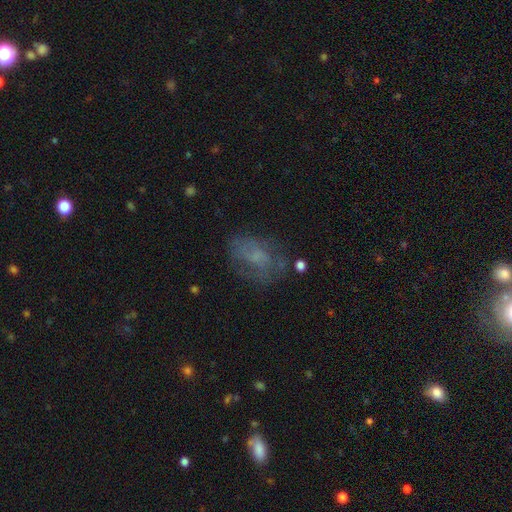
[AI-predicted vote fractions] smooth 49%, featured or disk 37%, star or artifact 14%. Down the decision tree: merging — none (54%).